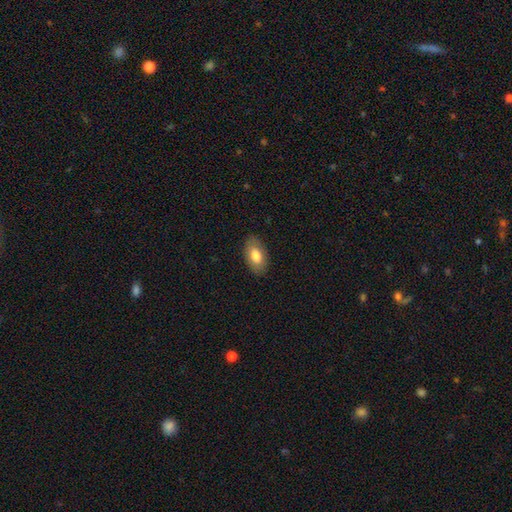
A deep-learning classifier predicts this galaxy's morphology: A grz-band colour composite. It shows a smooth galaxy with no disk features (79%) that is in between round and cigar-shaped (93%). Merging: none (86%).